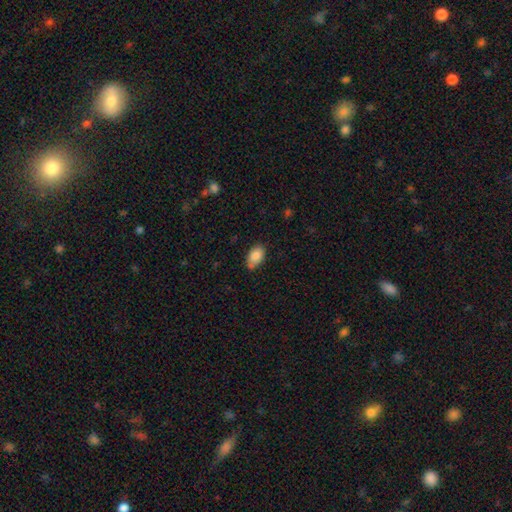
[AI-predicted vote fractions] Overall: smooth (85%). How rounded: in between (90%). Merging: none (67%).